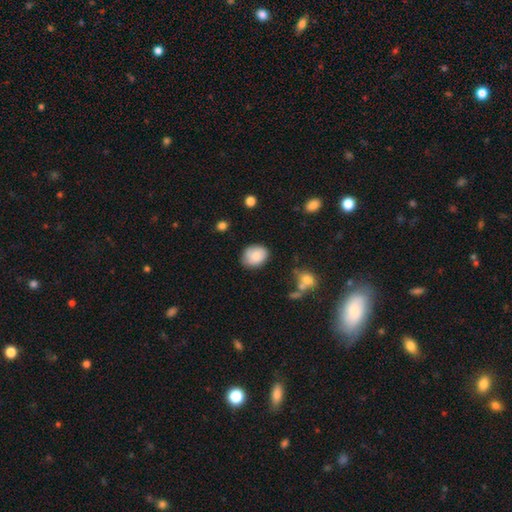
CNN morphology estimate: type=smooth (79%); roundness=in between (54%); merging=none (71%).